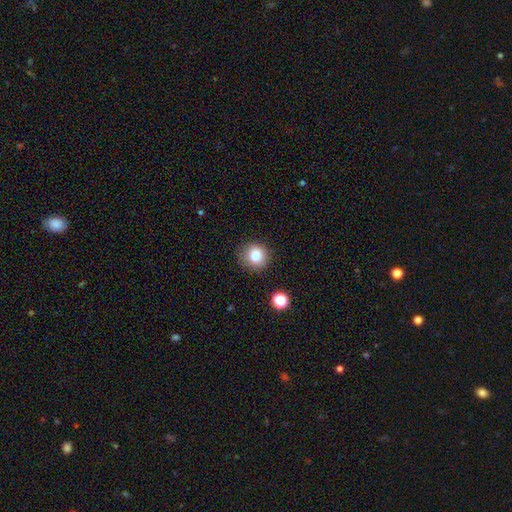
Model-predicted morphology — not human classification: smooth-or-featured: smooth: 81% | star or artifact: 12% | featured or disk: 7%
  how-rounded: round: 91% | in between: 8% | cigar-shaped: 1%
  merging: none: 87% | minor disturbance: 9% | major disturbance: 3% | merger: 2%